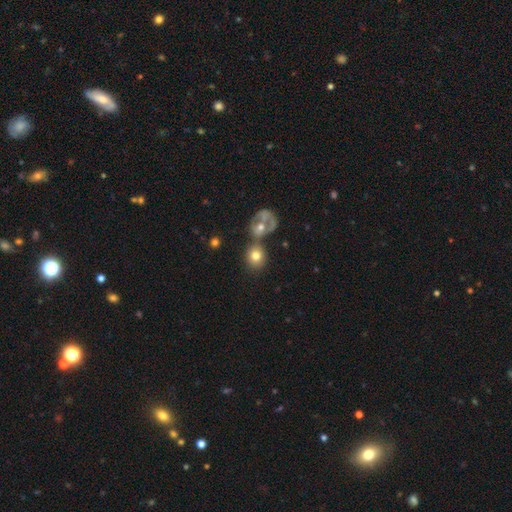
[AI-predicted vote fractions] A smooth galaxy with no disk features (74%) that is round (76%). Merging: none (51%).